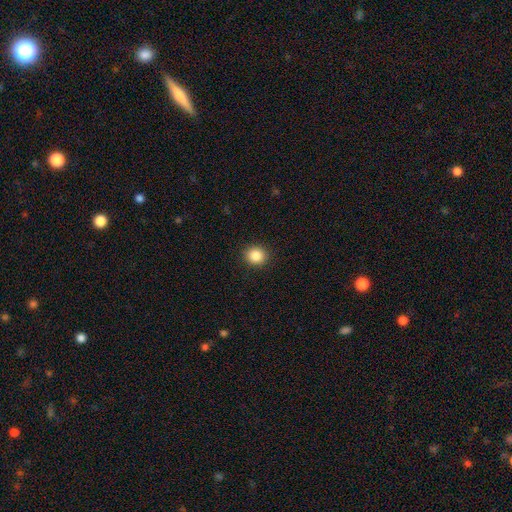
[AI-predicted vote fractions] This is clearly a smooth galaxy (86%). How rounded: clearly round (82%). Merging: clearly none (91%).